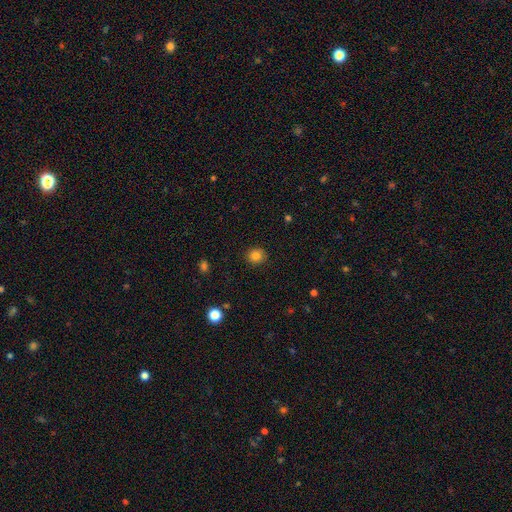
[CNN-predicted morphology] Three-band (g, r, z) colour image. It shows a smooth galaxy with no disk features (83%) that is round (83%). Merging: none (89%).